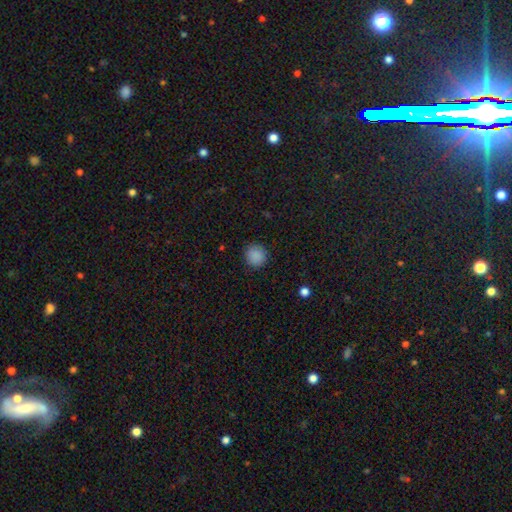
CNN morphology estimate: smooth-or-featured: smooth: 88% | star or artifact: 9% | featured or disk: 3%
  how-rounded: round: 92% | in between: 7% | cigar-shaped: 1%
  merging: none: 89% | minor disturbance: 7% | major disturbance: 2% | merger: 1%